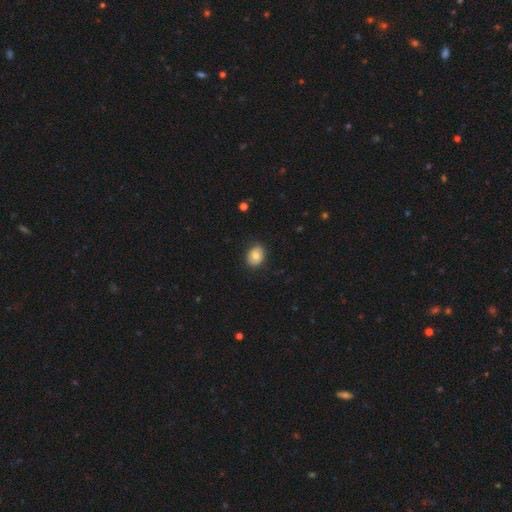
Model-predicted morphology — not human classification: Smooth or featured: smooth — 79% (featured or disk — 13%)
How rounded: in between — 55% (round — 44%)
Merging: none — 84% (minor disturbance — 12%)